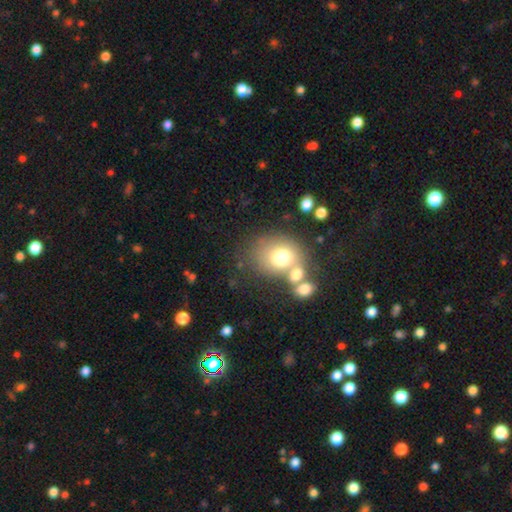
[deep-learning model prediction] Overall: smooth (58%; star or artifact 26%). How rounded: round (69%; in between 29%). Merging: none (53%; merger 26%).